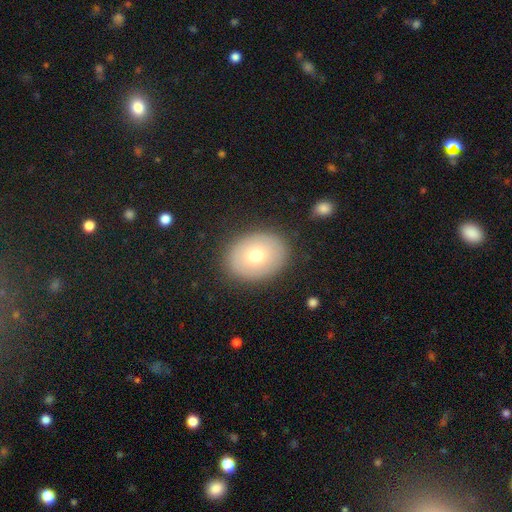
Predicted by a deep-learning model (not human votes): The model was most divided on "how rounded": in between: 58%, round: 41%, cigar-shaped: 1%. More confident: merging — none (87%); smooth or featured — smooth (69%).